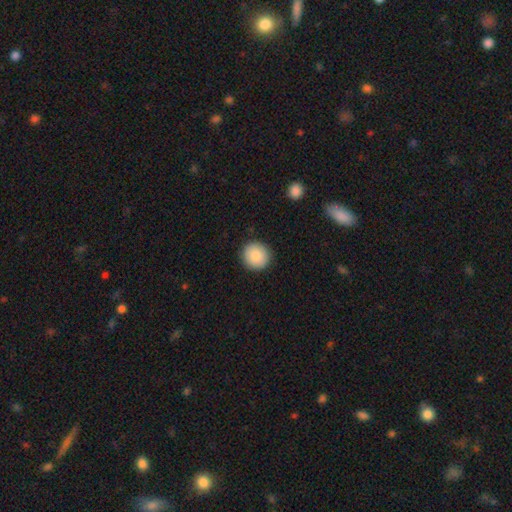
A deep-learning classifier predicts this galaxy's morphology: Q: Smooth or featured?
A: smooth (85%); runner-up: star or artifact (8%)
Q: How rounded?
A: round (93%); runner-up: in between (6%)
Q: Merging?
A: none (91%); runner-up: minor disturbance (6%)